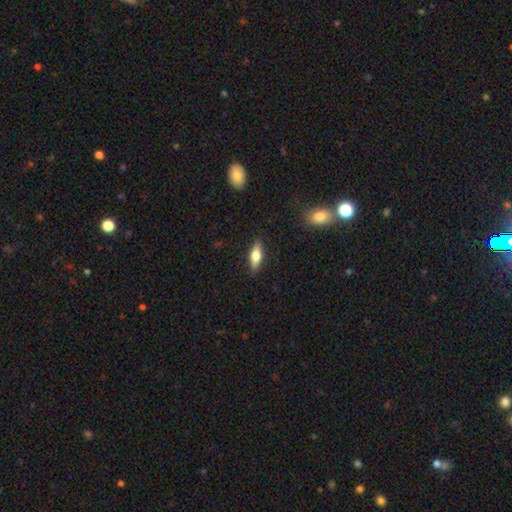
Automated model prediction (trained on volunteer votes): A smooth galaxy with no disk features (57%) that is in between round and cigar-shaped (56%).

Vote fractions:
- Smooth or featured? smooth: 57% / featured or disk: 36% / star or artifact: 7%
- How rounded? in between: 56% / cigar-shaped: 41% / round: 3%
- Merging? none: 87% / minor disturbance: 9% / major disturbance: 2% / merger: 1%